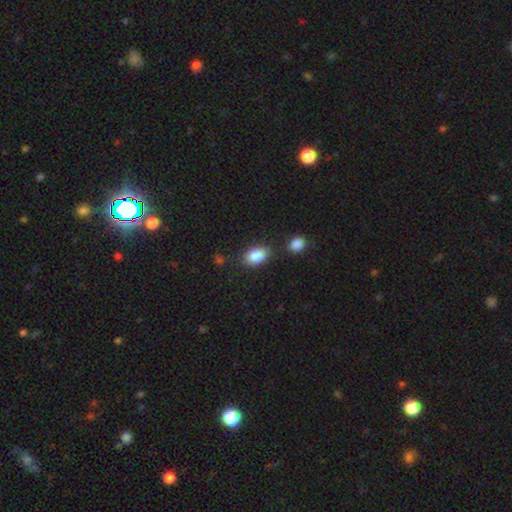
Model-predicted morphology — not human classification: Smooth or featured: smooth — 85% (star or artifact — 8%)
How rounded: in between — 87% (round — 12%)
Merging: none — 75% (minor disturbance — 14%)